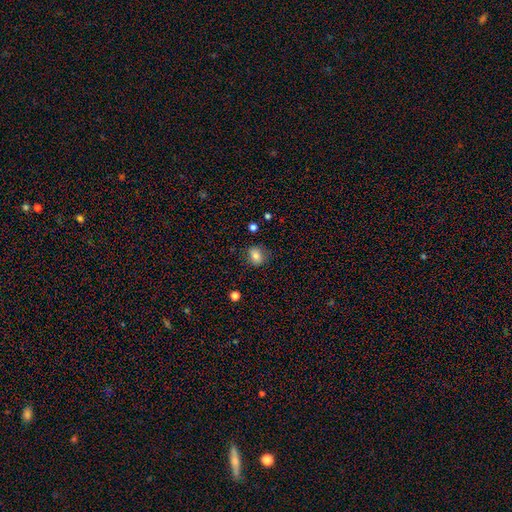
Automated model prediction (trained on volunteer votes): A smooth galaxy with no disk features (78%) that is in between round and cigar-shaped (50%). Merging: none (76%).